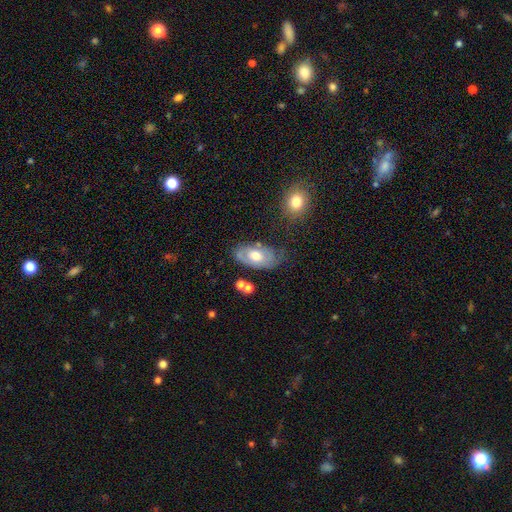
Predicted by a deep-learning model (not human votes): The model was most divided on "smooth or featured": featured or disk: 54%, smooth: 39%, star or artifact: 7%. More confident: edge-on disk — no (90%); merging — none (58%).